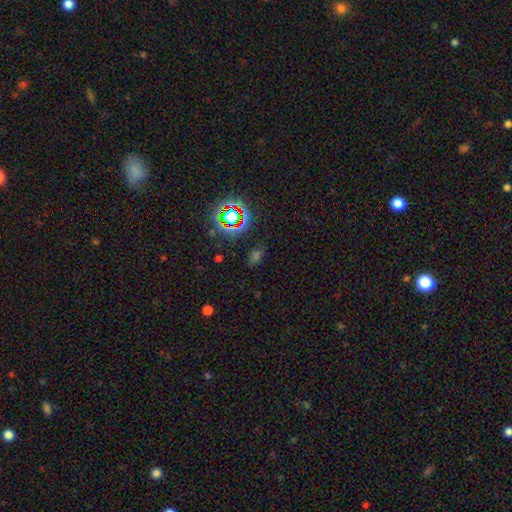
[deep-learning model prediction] Overall: star or artifact (52%; smooth 39%).